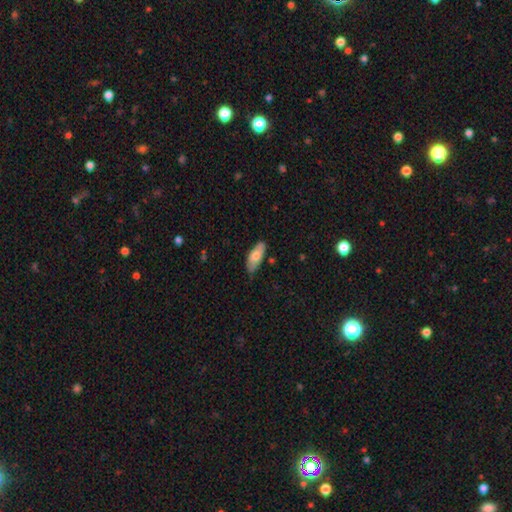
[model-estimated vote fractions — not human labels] A smooth galaxy with no disk features (74%) that is in between round and cigar-shaped (79%).

Vote fractions:
- Smooth or featured? smooth: 74% / featured or disk: 20% / star or artifact: 6%
- How rounded? in between: 79% / cigar-shaped: 19% / round: 2%
- Merging? none: 76% / minor disturbance: 20% / major disturbance: 3% / merger: 2%